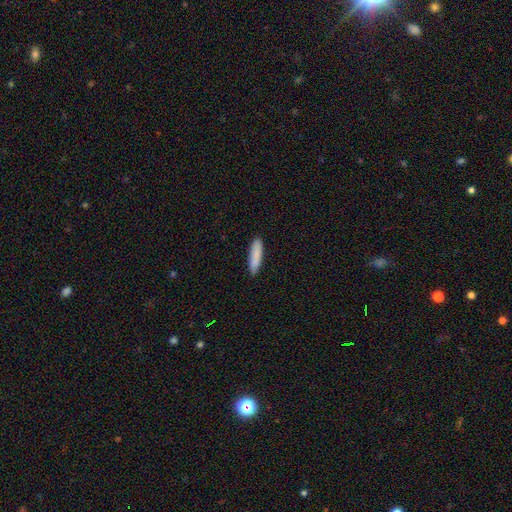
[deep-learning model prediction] smooth 87%, featured or disk 7%, star or artifact 6%. Down the decision tree: how rounded — cigar-shaped (73%); merging — none (89%).